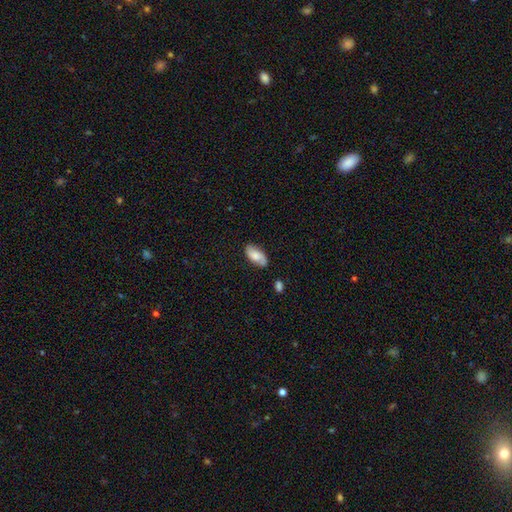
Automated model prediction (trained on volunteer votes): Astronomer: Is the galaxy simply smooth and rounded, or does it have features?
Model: smooth — 65%.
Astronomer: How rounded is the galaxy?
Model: in between — 91%.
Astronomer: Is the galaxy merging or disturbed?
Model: none — 77%.